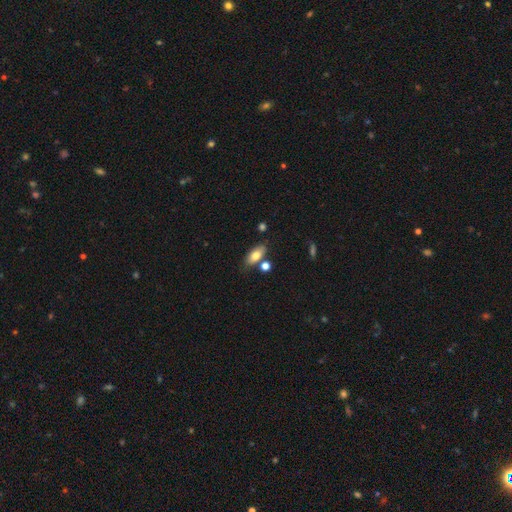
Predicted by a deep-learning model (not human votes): Smooth or featured? Predicted: smooth (p=0.75). How rounded? Predicted: in between (p=0.85). Merging? Predicted: none (p=0.72).